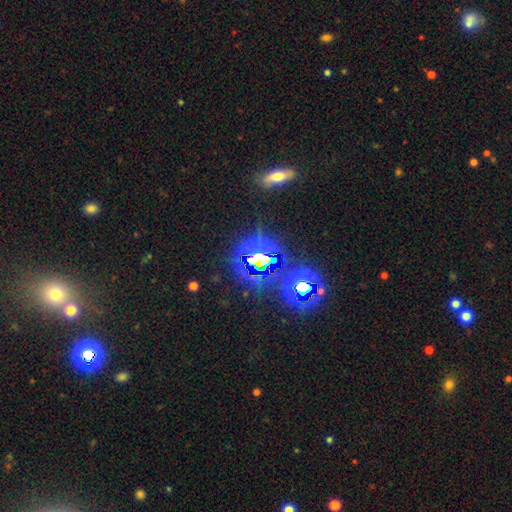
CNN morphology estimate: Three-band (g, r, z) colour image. It shows a star or artifact, not a galaxy (81%).